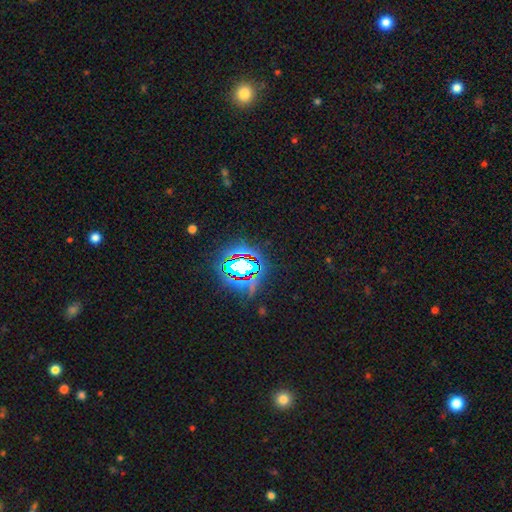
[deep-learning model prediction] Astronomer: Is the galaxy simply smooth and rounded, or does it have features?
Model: star or artifact — 81%.